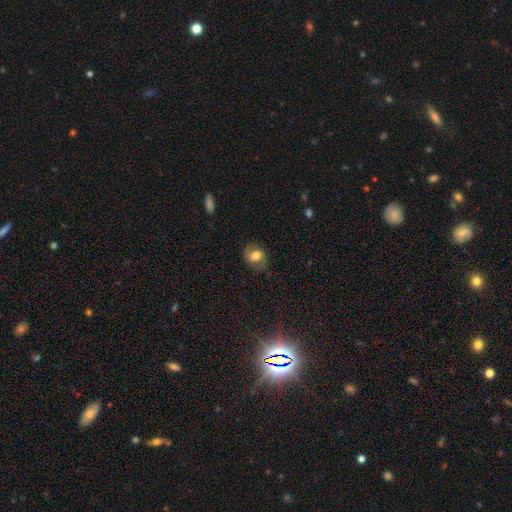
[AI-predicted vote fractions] This appears to be a smooth galaxy with no disk features (63%) that is in between round and cigar-shaped (50%). Merging: none (70%).